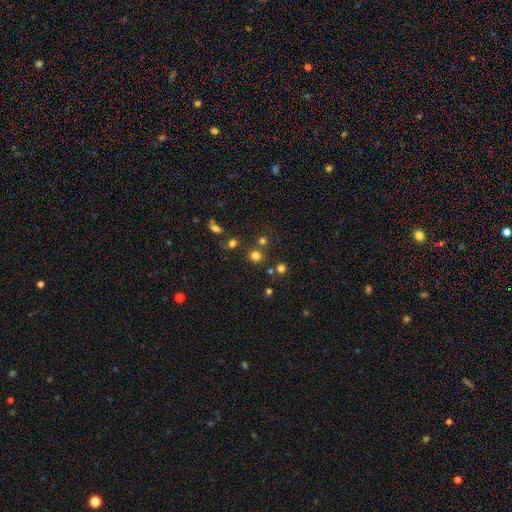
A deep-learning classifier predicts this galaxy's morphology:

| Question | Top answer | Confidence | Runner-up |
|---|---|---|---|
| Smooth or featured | smooth | 73% | star or artifact (21%) |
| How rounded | round | 87% | in between (12%) |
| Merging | none | 76% | merger (13%) |